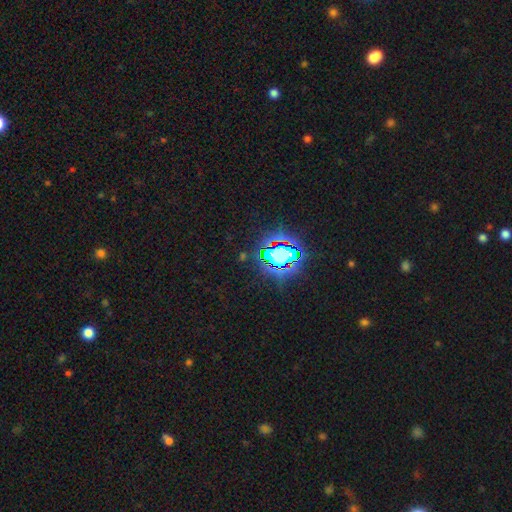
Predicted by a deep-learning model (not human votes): A star or artifact, not a galaxy (77%).

Vote fractions:
- Smooth or featured? star or artifact: 77% / smooth: 14% / featured or disk: 9%